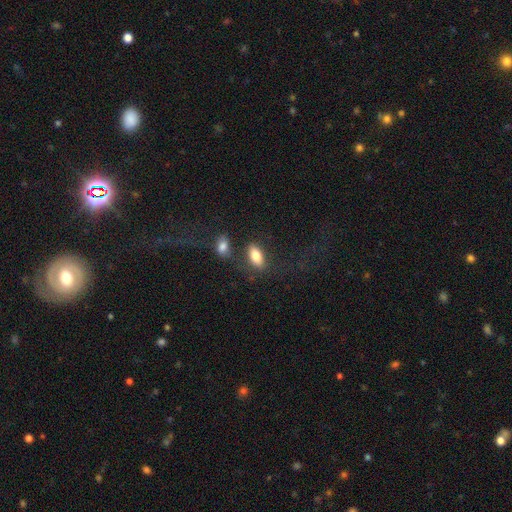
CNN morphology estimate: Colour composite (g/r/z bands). It shows a smooth galaxy with no disk features (80%) that is in between round and cigar-shaped (89%). Merging: none (68%).